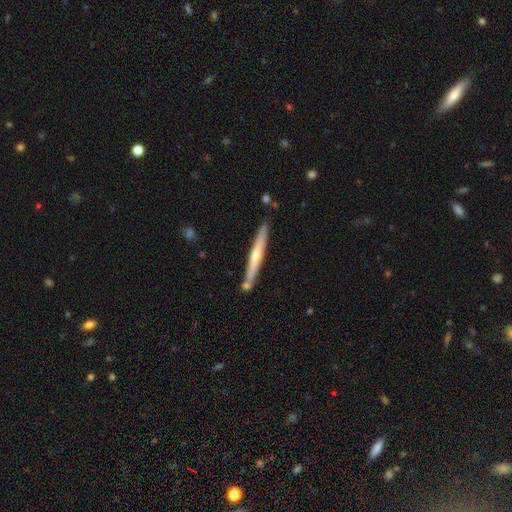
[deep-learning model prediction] Smooth or featured: featured or disk — 65% (smooth — 29%)
Edge-on disk: yes — 96% (no — 4%)
Edge-on bulge: rounded — 71% (none — 26%)
Merging: none — 85% (minor disturbance — 9%)